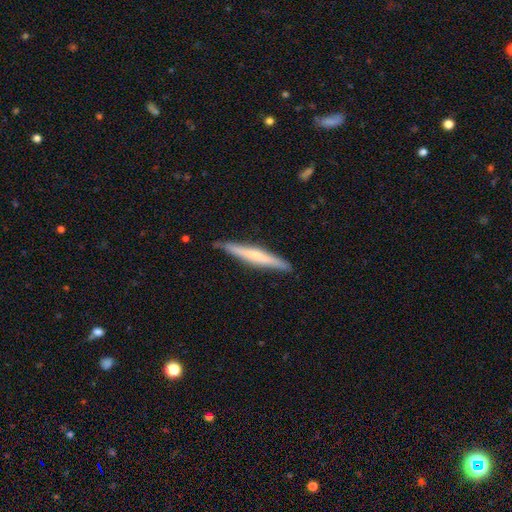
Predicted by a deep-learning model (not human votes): featured or disk 50%, smooth 45%, star or artifact 6%. Down the decision tree: merging — none (88%).